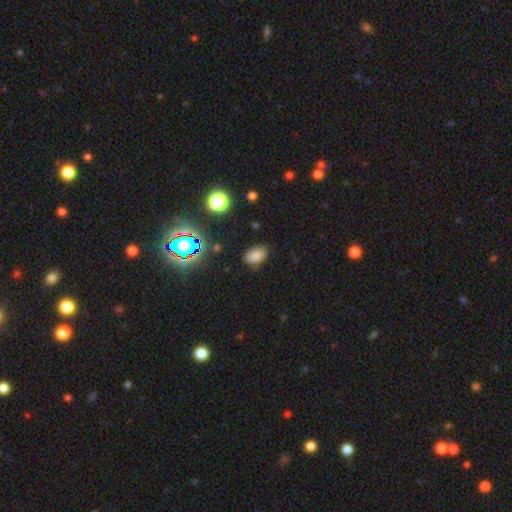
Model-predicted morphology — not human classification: type=smooth (76%); roundness=in between (88%); merging=none (77%).